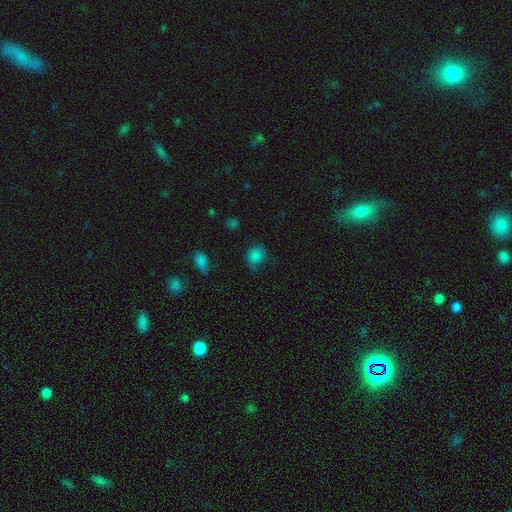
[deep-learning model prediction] Smooth or featured? Predicted: smooth (p=0.81). How rounded? Predicted: round (p=0.64). Merging? Predicted: none (p=0.60).